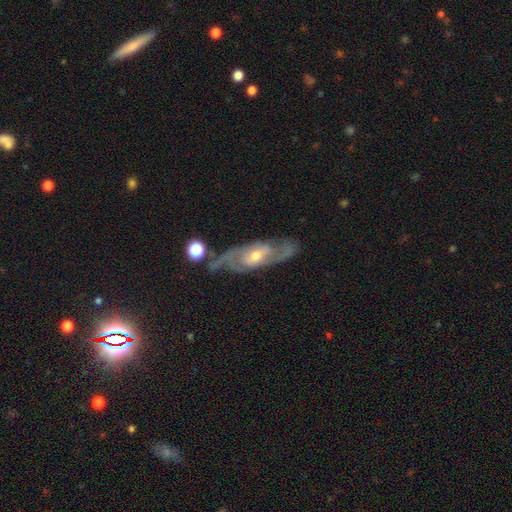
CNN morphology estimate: This appears to be a featured or disk galaxy (86%) with no bar (50%), 2 (80%) medium (45%) spiral arms (94%) and a moderate central bulge (51%). Merging: none (75%).